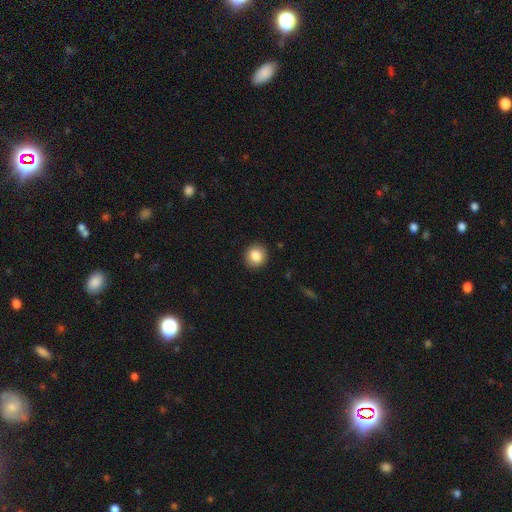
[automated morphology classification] Smooth or featured?
  - smooth: 86% *
  - star or artifact: 9%
  - featured or disk: 6%
How rounded?
  - round: 85% *
  - in between: 14%
  - cigar-shaped: 1%
Merging?
  - none: 90% *
  - minor disturbance: 7%
  - major disturbance: 2%
  - merger: 1%